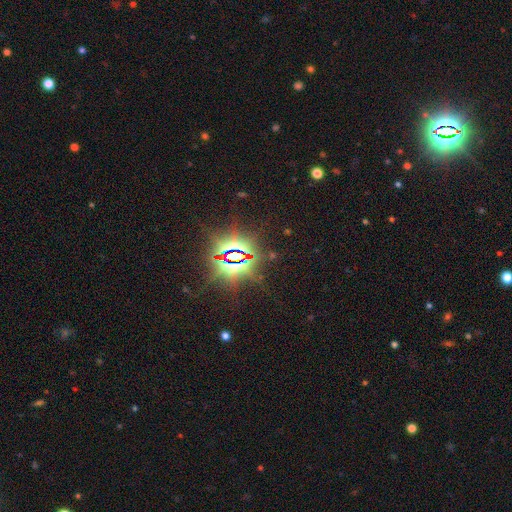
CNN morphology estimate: Smooth or featured?
  - star or artifact: 87% *
  - smooth: 7%
  - featured or disk: 6%